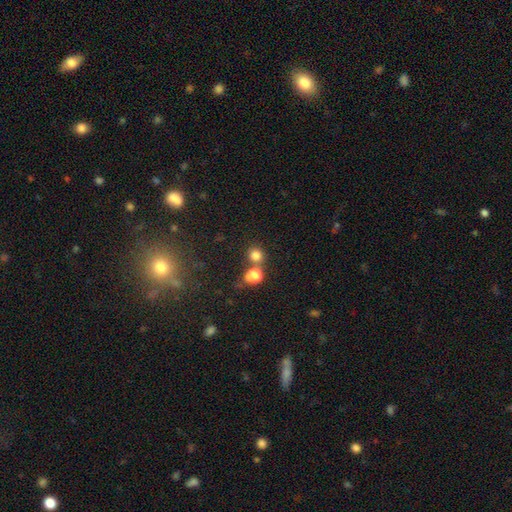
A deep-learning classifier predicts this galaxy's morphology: Smooth or featured? Predicted: smooth (p=0.79). How rounded? Predicted: round (p=0.81). Merging? Predicted: none (p=0.52).